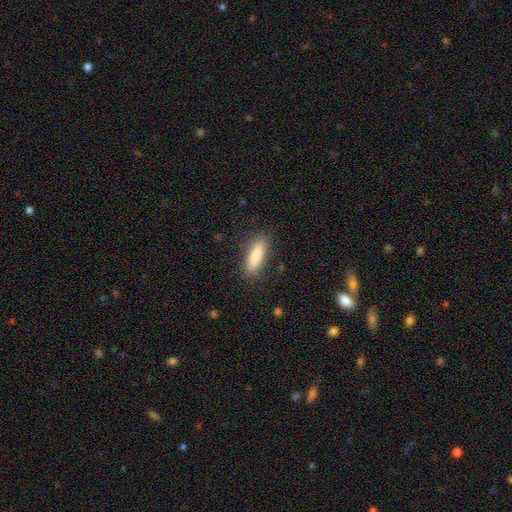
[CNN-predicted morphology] Smooth or featured: smooth — 82% (featured or disk — 12%)
How rounded: cigar-shaped — 53% (in between — 46%)
Merging: none — 86% (minor disturbance — 10%)